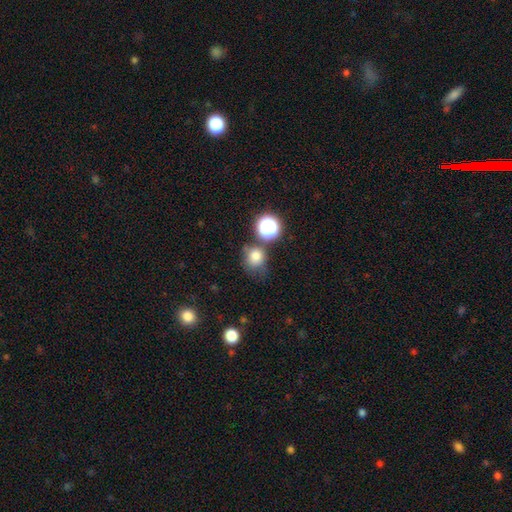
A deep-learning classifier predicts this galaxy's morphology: A smooth galaxy with no disk features (76%) that is round (80%).

Vote fractions:
- Smooth or featured? smooth: 76% / star or artifact: 15% / featured or disk: 9%
- How rounded? round: 80% / in between: 19% / cigar-shaped: 1%
- Merging? none: 55% / minor disturbance: 20% / merger: 15% / major disturbance: 9%